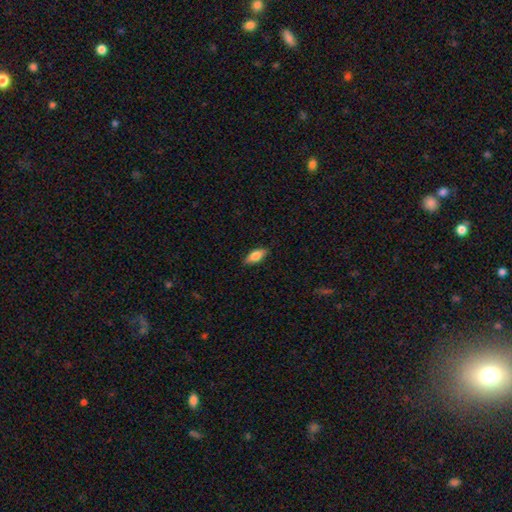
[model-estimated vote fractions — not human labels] Q: Smooth or featured?
A: smooth (74%); runner-up: featured or disk (19%)
Q: How rounded?
A: in between (77%); runner-up: cigar-shaped (20%)
Q: Merging?
A: none (85%); runner-up: minor disturbance (12%)